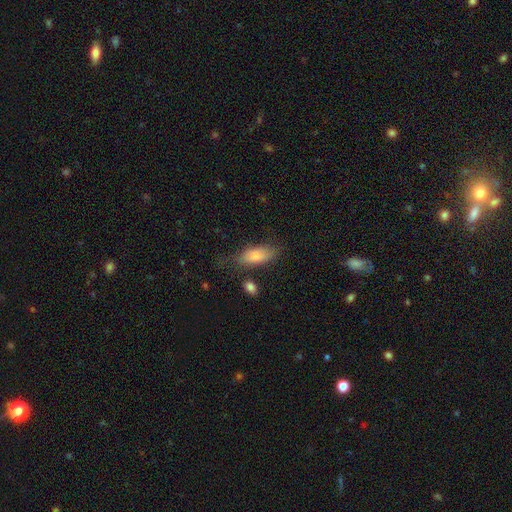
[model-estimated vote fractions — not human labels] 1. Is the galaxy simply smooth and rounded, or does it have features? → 83% smooth, 10% featured or disk, 7% star or artifact.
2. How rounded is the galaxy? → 84% in between, 14% cigar-shaped, 3% round.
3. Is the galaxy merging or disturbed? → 56% none, 27% minor disturbance, 12% major disturbance, 5% merger.